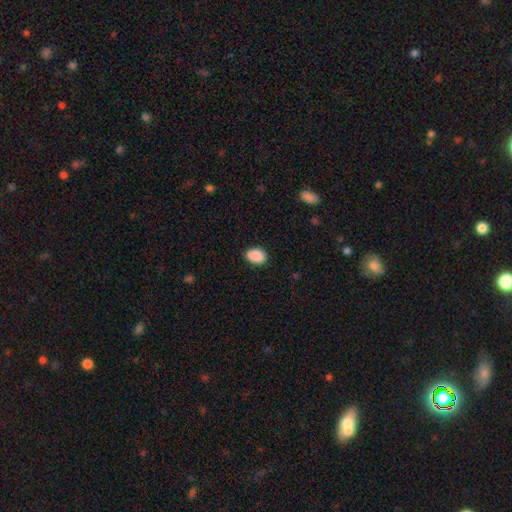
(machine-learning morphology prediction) A smooth galaxy with no disk features (90%) that is in between round and cigar-shaped (84%). Merging: none (84%).